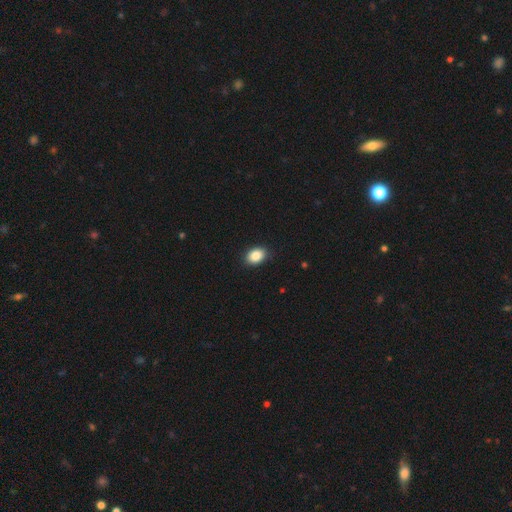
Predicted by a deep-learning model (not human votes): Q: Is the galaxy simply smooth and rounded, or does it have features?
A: smooth — 87%.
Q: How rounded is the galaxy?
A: in between — 77%.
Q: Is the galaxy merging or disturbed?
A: none — 89%.